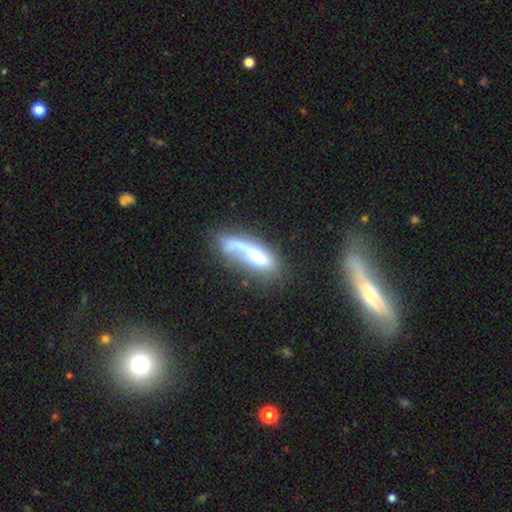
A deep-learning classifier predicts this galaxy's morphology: Q: Smooth or featured?
A: smooth (50%); runner-up: featured or disk (42%)
Q: How rounded?
A: in between (58%); runner-up: cigar-shaped (38%)
Q: Merging?
A: none (31%); runner-up: major disturbance (29%)